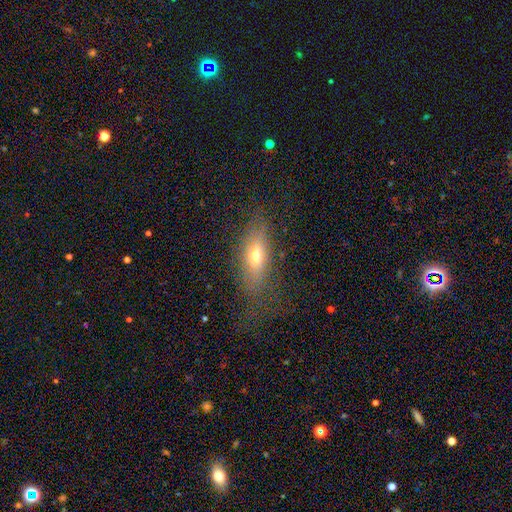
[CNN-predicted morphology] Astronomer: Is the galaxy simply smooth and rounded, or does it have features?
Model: smooth — 58%.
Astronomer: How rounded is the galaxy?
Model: in between — 57% (runner-up: cigar-shaped, 38%).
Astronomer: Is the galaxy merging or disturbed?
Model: none — 69%.